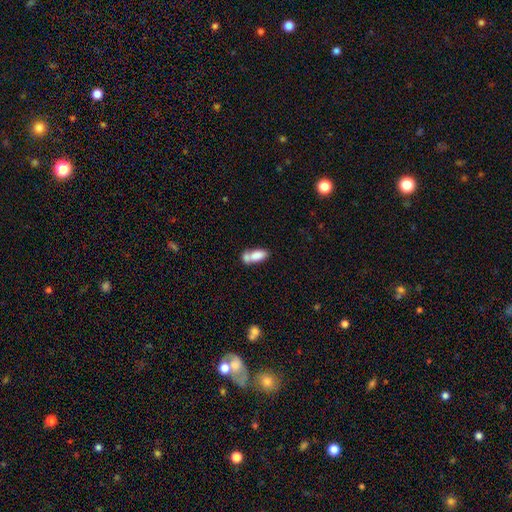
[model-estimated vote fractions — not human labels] Smooth or featured?
  - smooth: 79% *
  - featured or disk: 13%
  - star or artifact: 8%
How rounded?
  - in between: 84% *
  - cigar-shaped: 12%
  - round: 4%
Merging?
  - merger: 54% *
  - none: 29%
  - minor disturbance: 12%
  - major disturbance: 6%